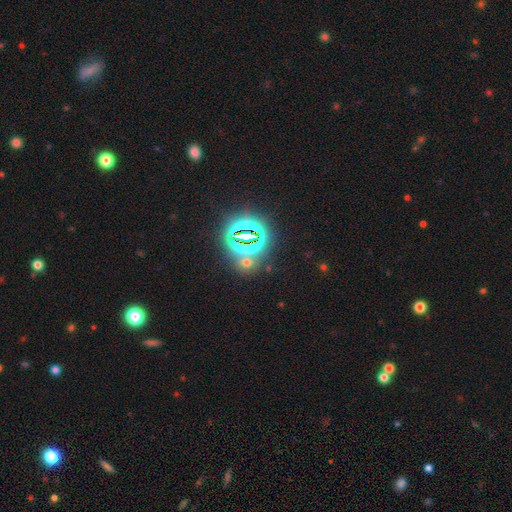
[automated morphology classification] A star or artifact, not a galaxy (81%).